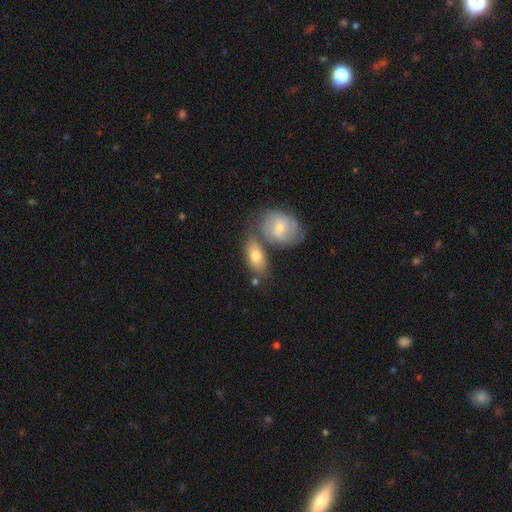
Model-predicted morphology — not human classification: Q: Smooth or featured?
A: smooth (68%); runner-up: featured or disk (26%)
Q: How rounded?
A: in between (86%); runner-up: round (9%)
Q: Merging?
A: none (45%); runner-up: merger (37%)